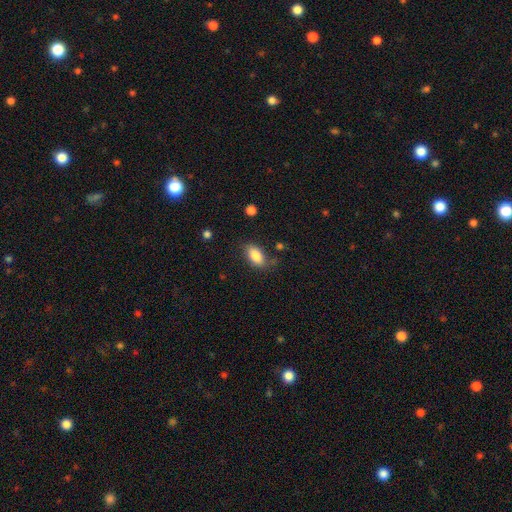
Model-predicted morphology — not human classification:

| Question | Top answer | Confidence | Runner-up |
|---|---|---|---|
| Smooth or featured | smooth | 84% | featured or disk (8%) |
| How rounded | in between | 90% | round (7%) |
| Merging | none | 73% | minor disturbance (19%) |